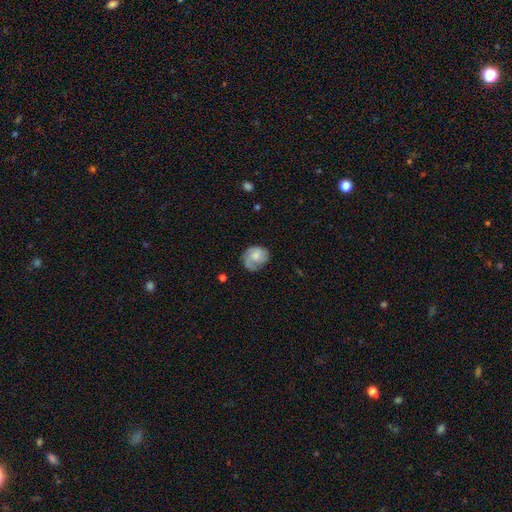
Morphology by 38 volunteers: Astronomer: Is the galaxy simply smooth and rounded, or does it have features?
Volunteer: smooth — 50% (runner-up: featured or disk, 47%).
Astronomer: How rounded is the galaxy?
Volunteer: round — 53% (runner-up: in between, 47%).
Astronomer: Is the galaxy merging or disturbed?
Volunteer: none — 76%.